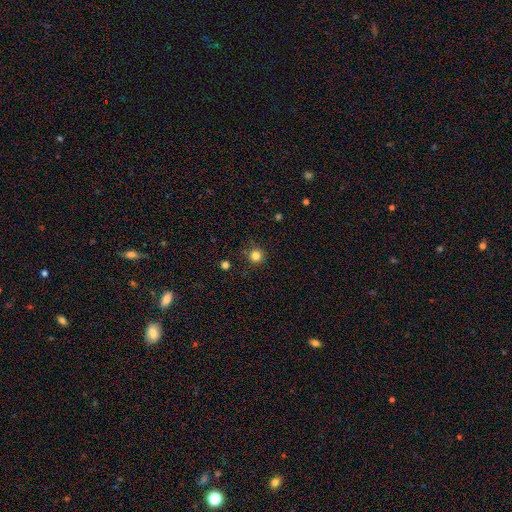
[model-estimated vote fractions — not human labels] smooth 82%, star or artifact 14%, featured or disk 4%. Down the decision tree: how rounded — round (95%); merging — none (87%).